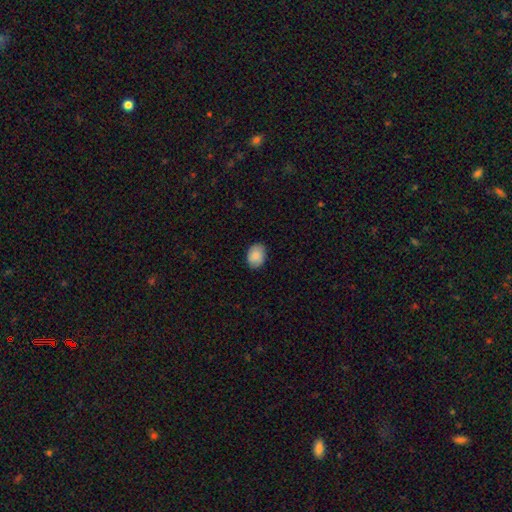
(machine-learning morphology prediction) The model was most divided on "how rounded": in between: 69%, round: 31%, cigar-shaped: 1%. More confident: smooth or featured — smooth (88%); merging — none (86%).